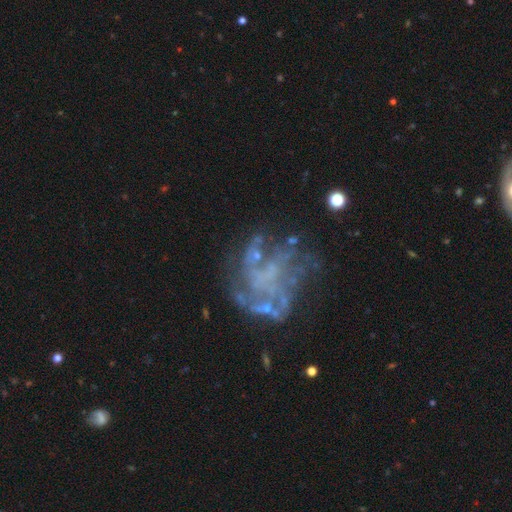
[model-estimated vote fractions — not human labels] smooth-or-featured: featured or disk: 70% | smooth: 15% | star or artifact: 15%
  disk-edge-on: no: 98% | yes: 2%
    bar: no: 83% | weak: 14% | strong: 4%
    has-spiral-arms: no: 63% | yes: 37%
    bulge-size: none: 69% | small: 19% | moderate: 9% | large: 2% | dominant: 1%
  merging: none: 43% | major disturbance: 32% | minor disturbance: 17% | merger: 7%